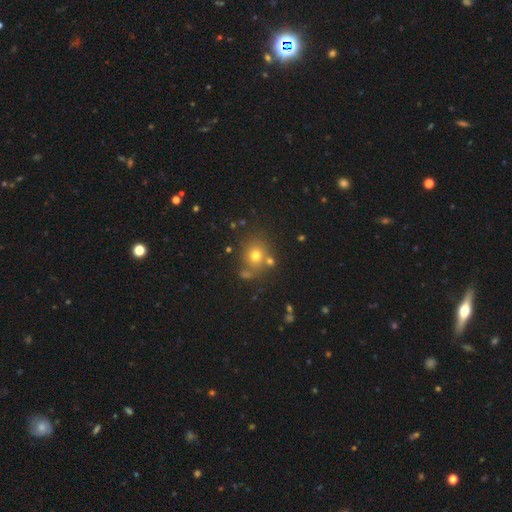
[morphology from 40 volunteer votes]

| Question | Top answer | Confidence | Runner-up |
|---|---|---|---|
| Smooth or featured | smooth | 82% | featured or disk (10%) |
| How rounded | round | 94% | in between (6%) |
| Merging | none | 76% | minor disturbance (14%) |